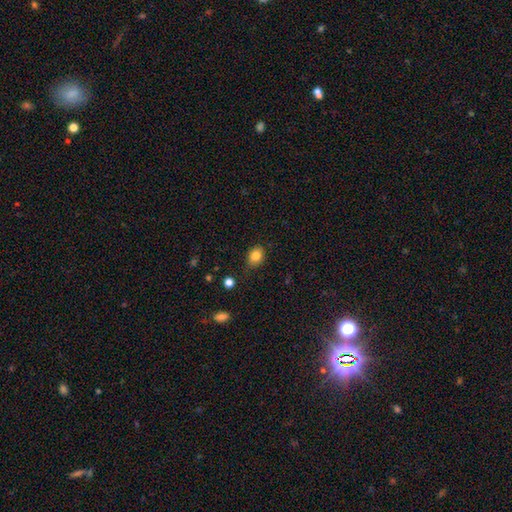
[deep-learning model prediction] smooth 83%, star or artifact 10%, featured or disk 7%. Down the decision tree: how rounded — in between (57%); merging — none (77%).